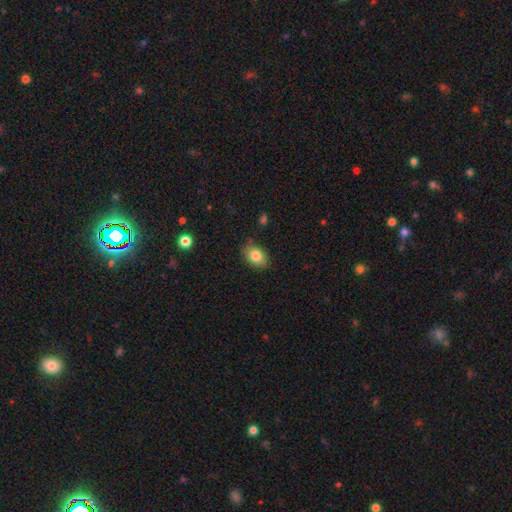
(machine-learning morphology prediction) smooth-or-featured: smooth: 83% | featured or disk: 9% | star or artifact: 8%
  how-rounded: in between: 77% | round: 22% | cigar-shaped: 1%
  merging: none: 82% | minor disturbance: 14% | major disturbance: 3% | merger: 1%